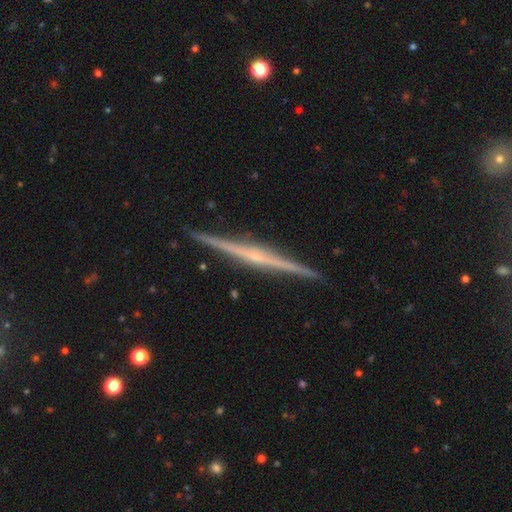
Q: Smooth or featured?
A: featured or disk (82%); runner-up: star or artifact (10%)
Q: Edge-on disk?
A: yes (100%)
Q: Edge-on bulge?
A: rounded (79%); runner-up: none (18%)
Q: Merging?
A: none (86%); runner-up: minor disturbance (6%)